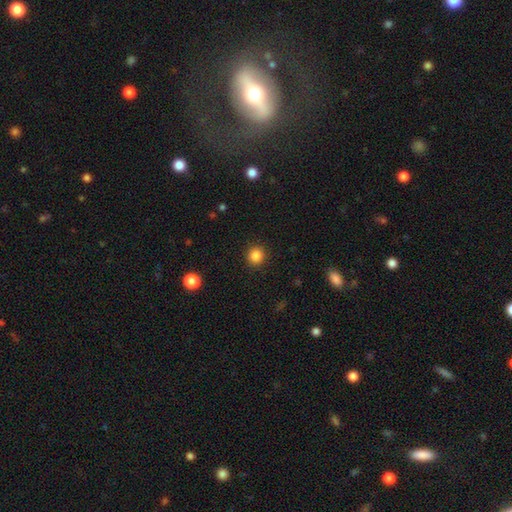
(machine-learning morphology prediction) This is clearly a smooth galaxy (85%). How rounded: clearly round (92%). Merging: clearly none (91%).